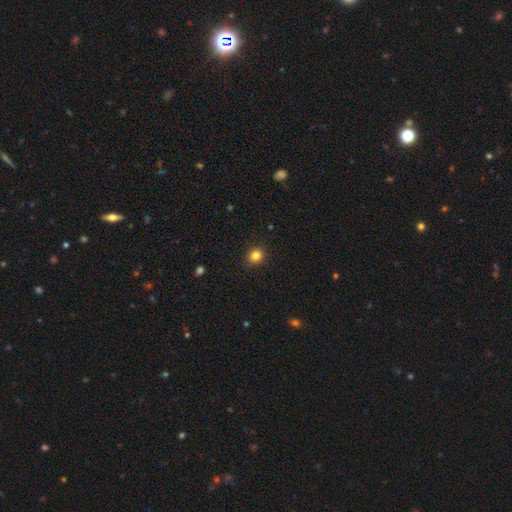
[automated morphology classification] Smooth or featured? smooth (83%)
How rounded? round (82%)
Merging? none (90%)